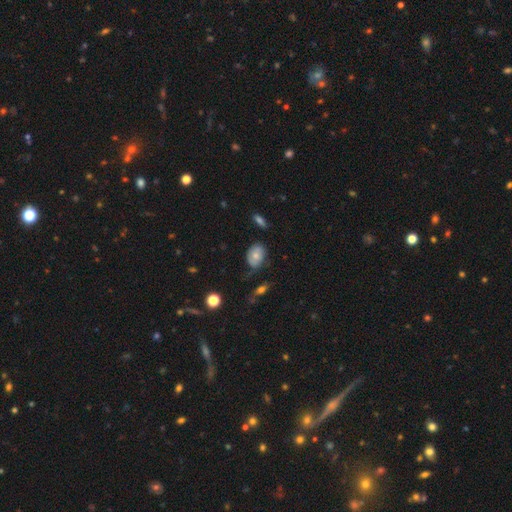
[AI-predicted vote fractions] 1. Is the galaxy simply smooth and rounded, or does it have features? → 64% smooth, 28% featured or disk, 9% star or artifact.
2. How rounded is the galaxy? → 78% in between, 20% round, 1% cigar-shaped.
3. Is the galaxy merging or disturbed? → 53% none, 31% minor disturbance, 12% major disturbance, 4% merger.